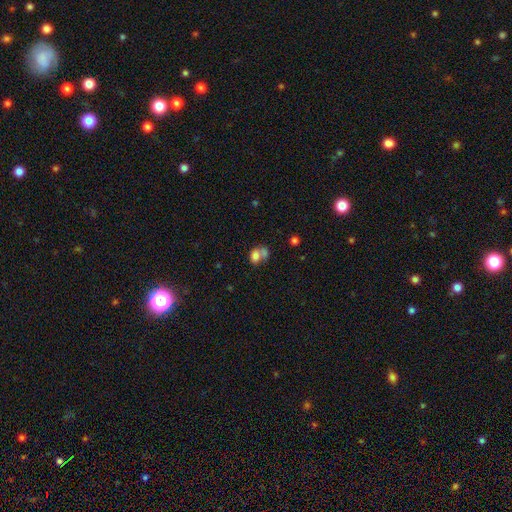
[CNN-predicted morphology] Smooth or featured? smooth (74%)
How rounded? in between (60%)
Merging? merger (57%)